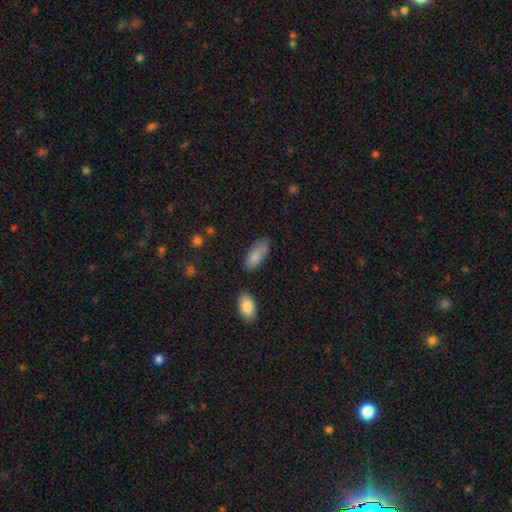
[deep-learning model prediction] smooth_or_featured: smooth (p=0.86) [alt: featured or disk p=0.08]
how_rounded: in between (p=0.87) [alt: cigar-shaped p=0.11]
merging: none (p=0.71) [alt: minor disturbance p=0.21]